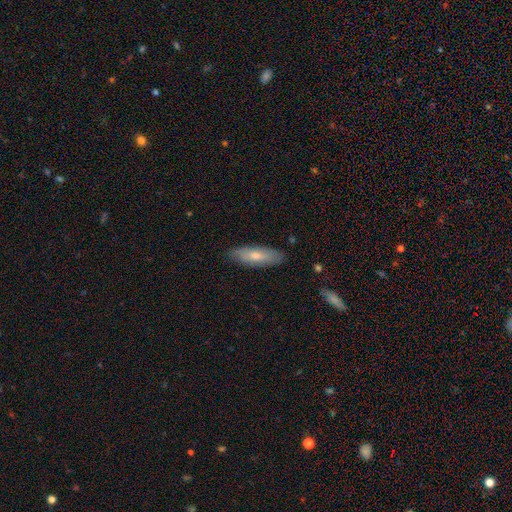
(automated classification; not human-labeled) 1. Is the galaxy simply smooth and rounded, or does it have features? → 62% smooth, 32% featured or disk, 6% star or artifact.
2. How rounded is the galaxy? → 53% in between, 45% cigar-shaped, 2% round.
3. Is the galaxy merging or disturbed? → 84% none, 13% minor disturbance, 2% major disturbance, 1% merger.